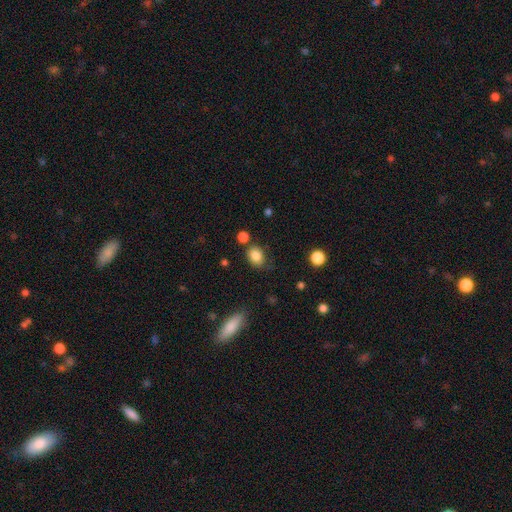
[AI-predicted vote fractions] Smooth or featured? Predicted: smooth (p=0.85). How rounded? Predicted: in between (p=0.66). Merging? Predicted: none (p=0.71).